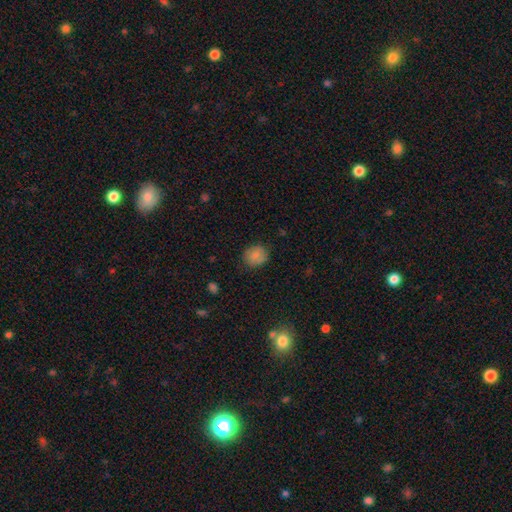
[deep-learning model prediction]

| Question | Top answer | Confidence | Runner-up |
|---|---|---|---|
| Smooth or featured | smooth | 85% | star or artifact (9%) |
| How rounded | round | 72% | in between (27%) |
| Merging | none | 81% | minor disturbance (14%) |